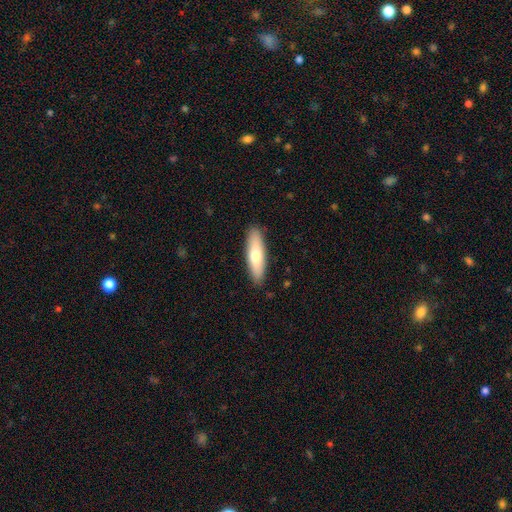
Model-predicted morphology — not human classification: type=smooth (70%); roundness=cigar-shaped (59%); merging=none (89%).